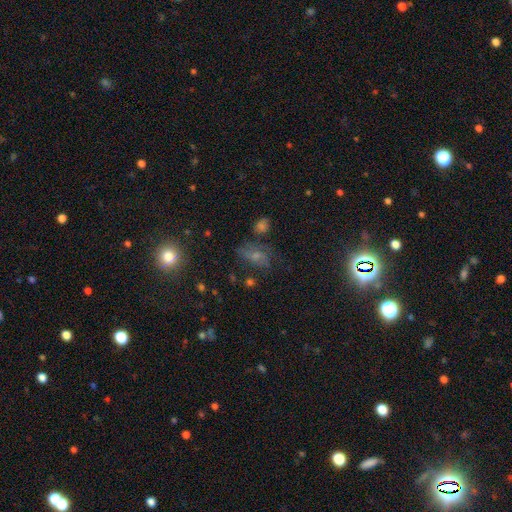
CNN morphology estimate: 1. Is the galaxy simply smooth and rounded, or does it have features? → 41% smooth, 33% featured or disk, 26% star or artifact.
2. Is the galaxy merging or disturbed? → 56% none, 23% minor disturbance, 15% major disturbance, 6% merger.